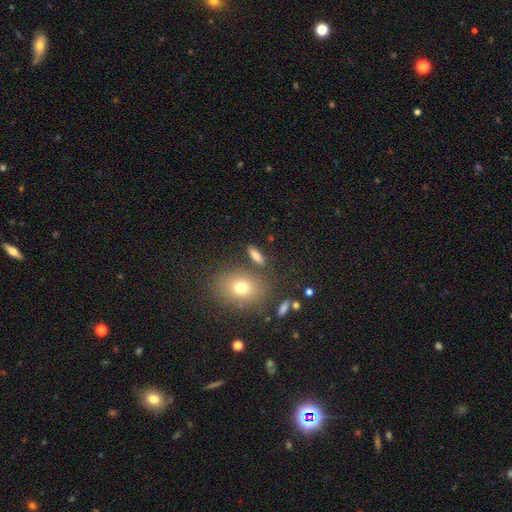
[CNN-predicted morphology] Smooth or featured: smooth — 74% (featured or disk — 14%)
How rounded: in between — 55% (cigar-shaped — 33%)
Merging: none — 79% (minor disturbance — 10%)